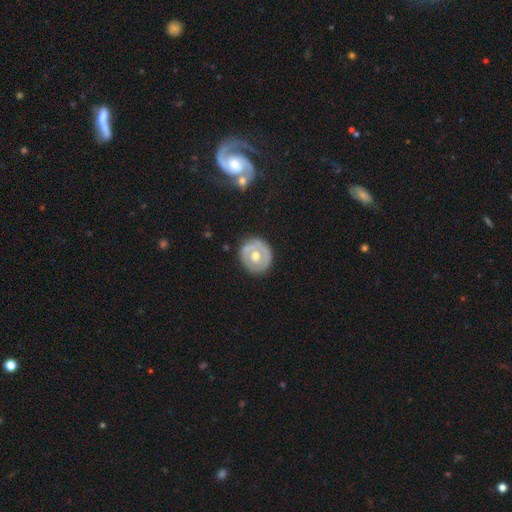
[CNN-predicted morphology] A featured or disk galaxy (55%) with no bar (80%), no spiral arms (70%) and a moderate central bulge (81%).

Vote fractions:
- Smooth or featured? featured or disk: 55% / smooth: 39% / star or artifact: 6%
- Edge-on disk? no: 95% / yes: 5%
- Bar? no: 80% / weak: 16% / strong: 5%
- Spiral arms? no: 70% / yes: 30%
- Bulge size? moderate: 81% / small: 10% / large: 7% / none: 1% / dominant: 1%
- Merging? none: 81% / minor disturbance: 13% / major disturbance: 4% / merger: 2%